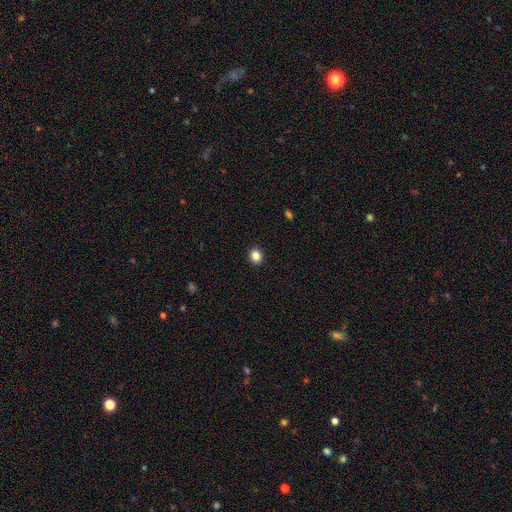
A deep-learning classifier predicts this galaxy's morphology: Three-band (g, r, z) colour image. It shows a smooth galaxy with no disk features (85%) that is round (65%). Merging: none (91%).